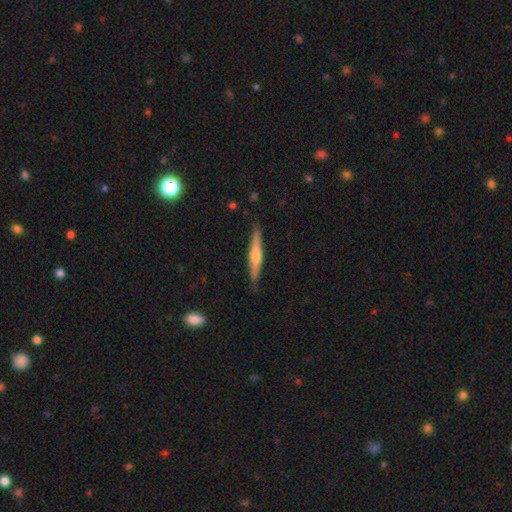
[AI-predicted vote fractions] A featured or disk galaxy (56%) viewed edge-on (97%) with a rounded central bulge (74%). Merging: none (87%).